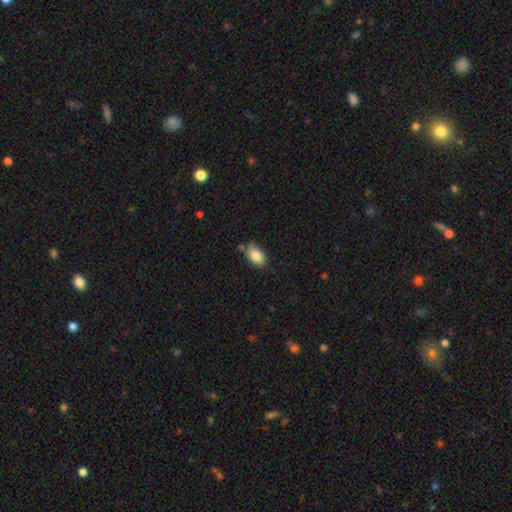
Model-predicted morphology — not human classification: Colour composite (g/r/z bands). It shows a smooth galaxy with no disk features (86%) that is in between round and cigar-shaped (91%). Merging: none (68%).